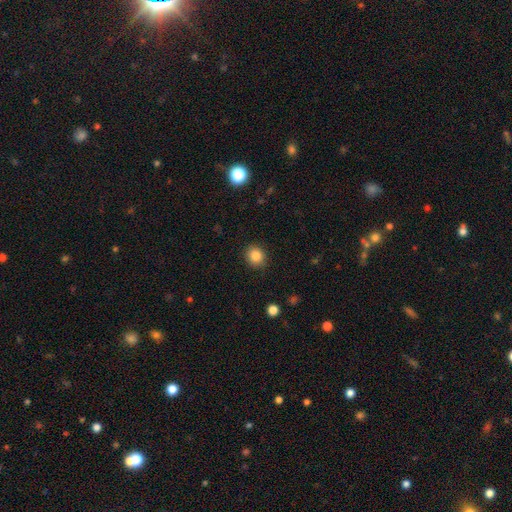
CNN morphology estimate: Q: Smooth or featured?
A: smooth (85%); runner-up: star or artifact (10%)
Q: How rounded?
A: round (80%); runner-up: in between (19%)
Q: Merging?
A: none (90%); runner-up: minor disturbance (7%)